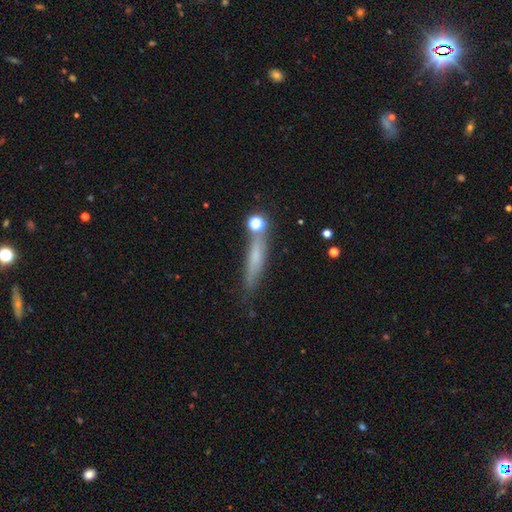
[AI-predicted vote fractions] smooth 54%, featured or disk 32%, star or artifact 13%. Down the decision tree: how rounded — cigar-shaped (83%); merging — none (66%).